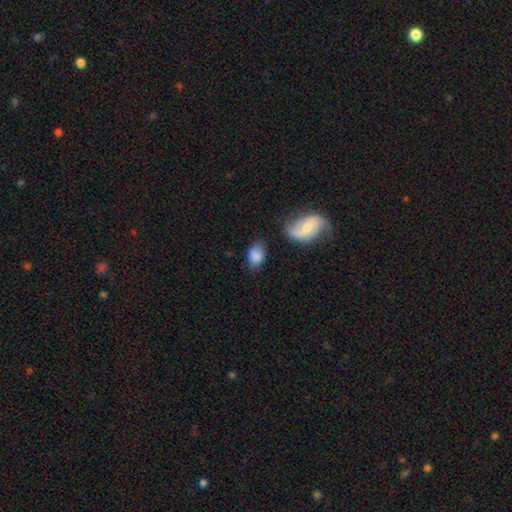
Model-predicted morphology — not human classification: Q: Smooth or featured?
A: smooth (78%); runner-up: featured or disk (14%)
Q: How rounded?
A: in between (84%); runner-up: round (14%)
Q: Merging?
A: none (62%); runner-up: minor disturbance (24%)